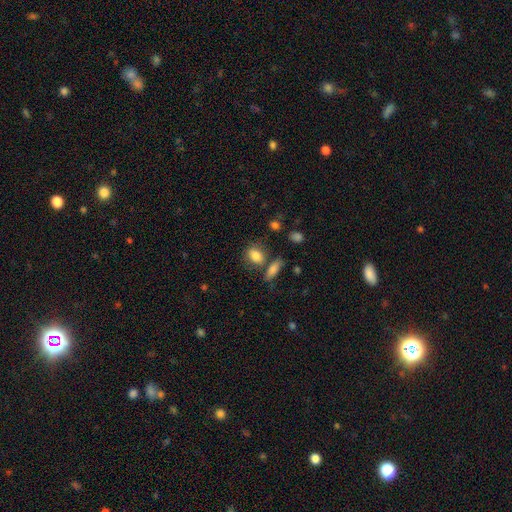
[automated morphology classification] smooth_or_featured: smooth (p=0.83) [alt: star or artifact p=0.09]
how_rounded: in between (p=0.66) [alt: round p=0.31]
merging: none (p=0.63) [alt: merger p=0.17]